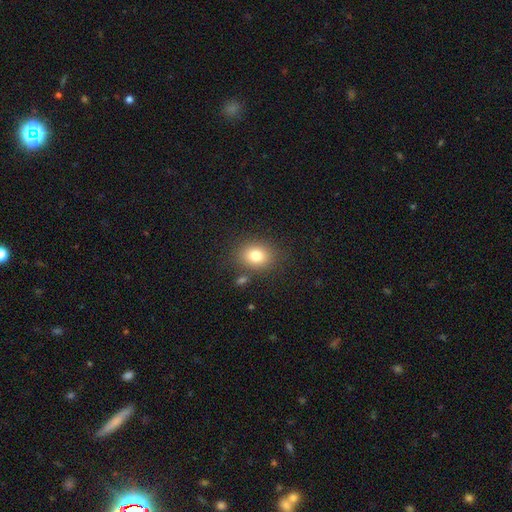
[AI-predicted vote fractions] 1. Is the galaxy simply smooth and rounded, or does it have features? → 81% smooth, 11% star or artifact, 8% featured or disk.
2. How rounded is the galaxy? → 52% round, 48% in between, 1% cigar-shaped.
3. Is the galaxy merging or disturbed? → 79% none, 11% minor disturbance, 6% merger, 4% major disturbance.